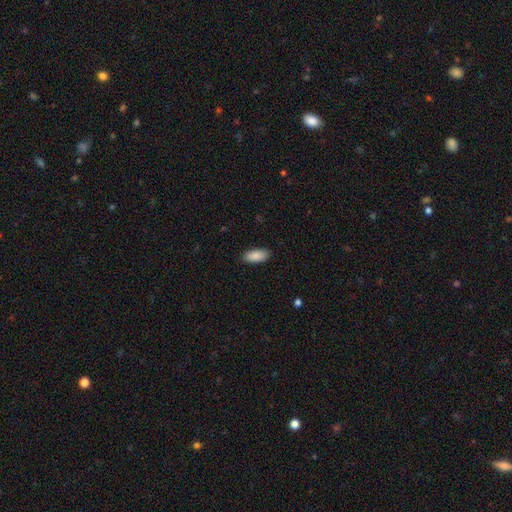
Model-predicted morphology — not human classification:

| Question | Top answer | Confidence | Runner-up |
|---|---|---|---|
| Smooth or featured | smooth | 89% | star or artifact (6%) |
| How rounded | in between | 89% | cigar-shaped (9%) |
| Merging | none | 88% | minor disturbance (9%) |